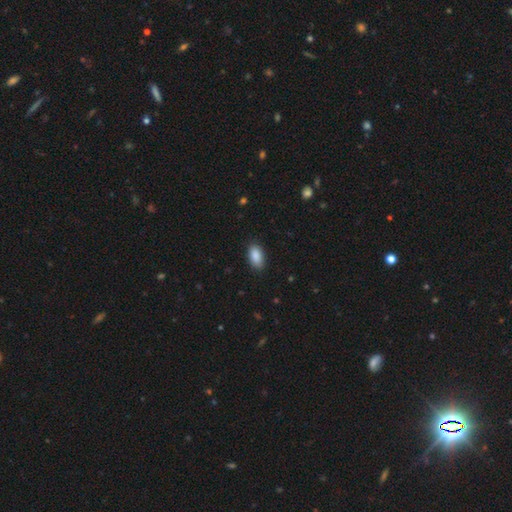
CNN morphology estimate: The model was most divided on "merging": none: 87%, minor disturbance: 10%, major disturbance: 2%, merger: 1%. More confident: how rounded — in between (93%); smooth or featured — smooth (90%).